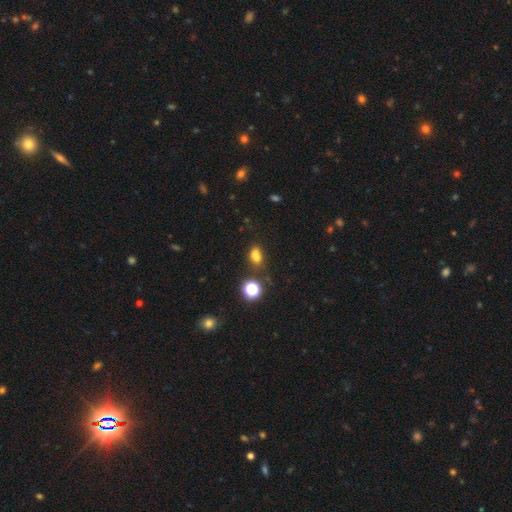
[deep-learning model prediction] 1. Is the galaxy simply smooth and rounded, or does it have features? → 73% smooth, 19% star or artifact, 8% featured or disk.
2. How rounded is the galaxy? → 69% in between, 28% round, 4% cigar-shaped.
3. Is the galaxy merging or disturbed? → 54% none, 22% merger, 17% minor disturbance, 7% major disturbance.